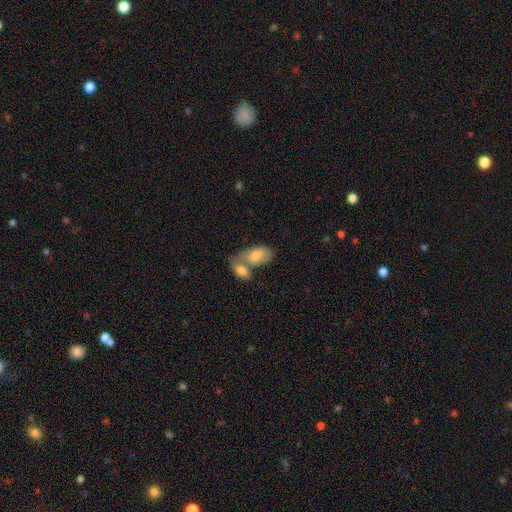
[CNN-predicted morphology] The model was most divided on "merging": merger: 59%, none: 26%, minor disturbance: 10%, major disturbance: 5%. More confident: how rounded — in between (92%); smooth or featured — smooth (73%).